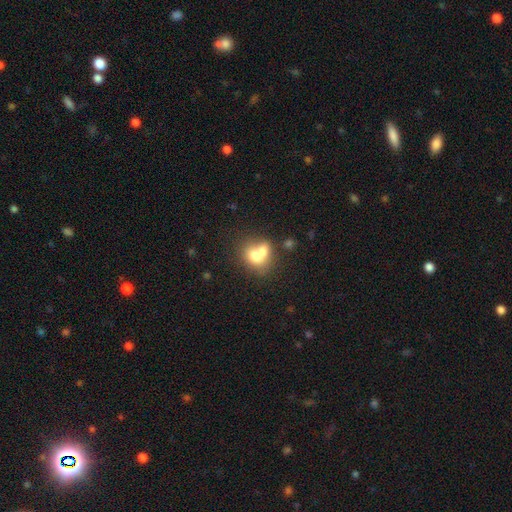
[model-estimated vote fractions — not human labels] Smooth or featured? Predicted: smooth (p=0.68). How rounded? Predicted: round (p=0.50). Merging? Predicted: merger (p=0.64).